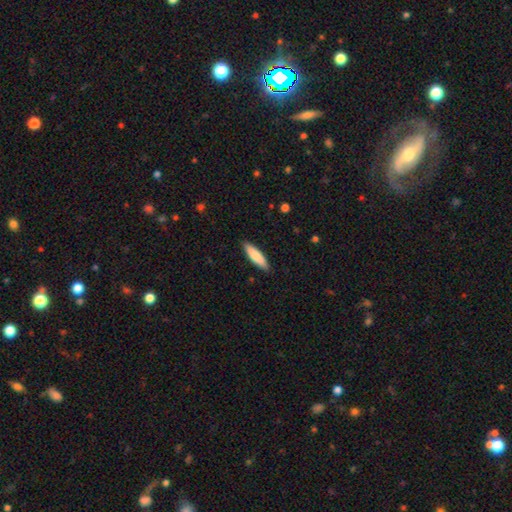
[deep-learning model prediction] A smooth galaxy with no disk features (79%) that is cigar-shaped (70%). Merging: none (90%).